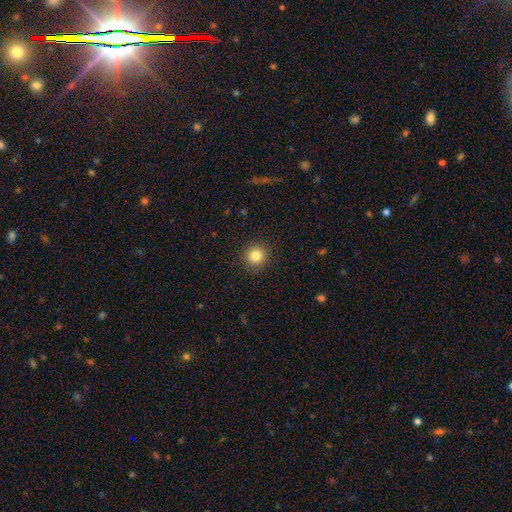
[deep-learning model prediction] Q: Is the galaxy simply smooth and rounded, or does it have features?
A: smooth — 84%.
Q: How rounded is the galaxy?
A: round — 90%.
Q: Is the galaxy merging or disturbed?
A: none — 91%.